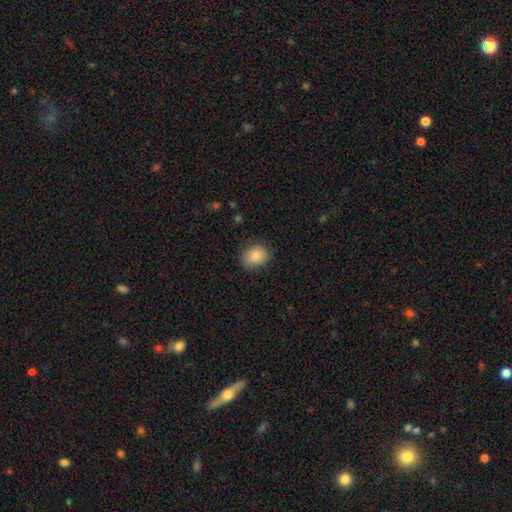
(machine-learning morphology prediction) Q: Smooth or featured?
A: smooth (84%); runner-up: star or artifact (9%)
Q: How rounded?
A: round (55%); runner-up: in between (44%)
Q: Merging?
A: none (78%); runner-up: minor disturbance (18%)